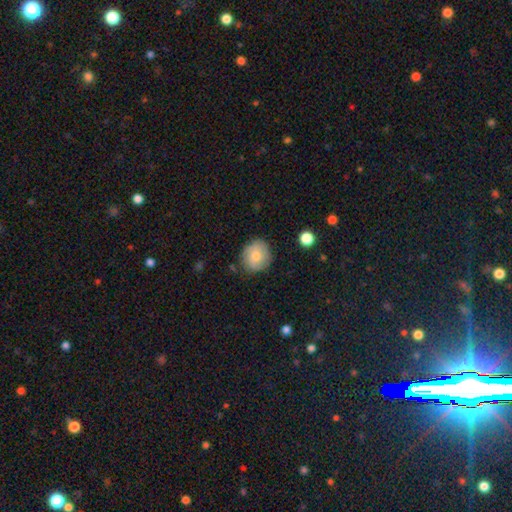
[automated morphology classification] type=smooth (70%); roundness=round (82%); merging=none (77%).